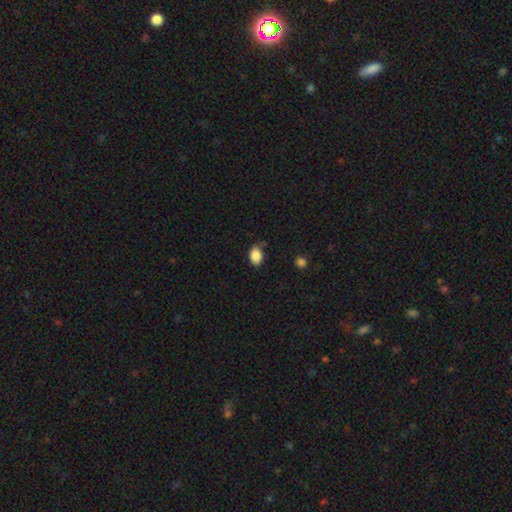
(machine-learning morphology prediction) This appears to be a smooth galaxy with no disk features (87%) that is in between round and cigar-shaped (82%). Merging: none (73%).